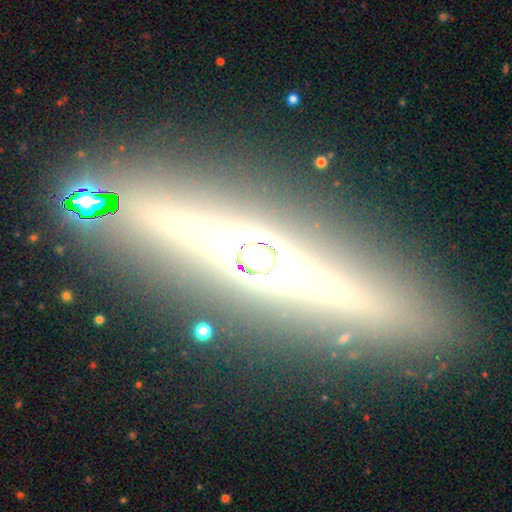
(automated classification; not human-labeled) smooth-or-featured: featured or disk: 71% | smooth: 16% | star or artifact: 13%
  disk-edge-on: yes: 94% | no: 6%
    edge-on-bulge: rounded: 67% | boxy: 20% | none: 13%
  merging: none: 84% | minor disturbance: 9% | major disturbance: 4% | merger: 3%